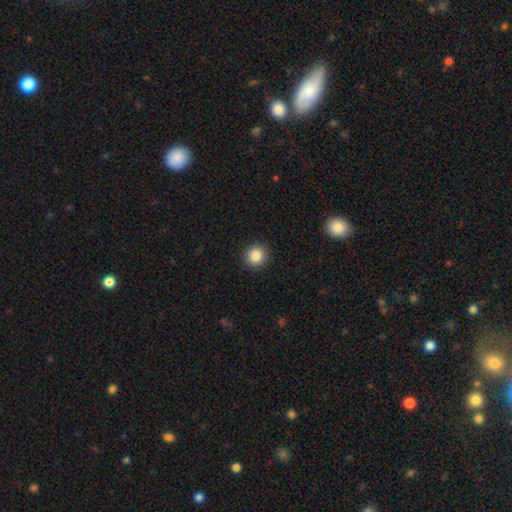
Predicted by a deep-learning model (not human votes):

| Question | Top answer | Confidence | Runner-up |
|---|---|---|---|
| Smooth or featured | smooth | 87% | star or artifact (9%) |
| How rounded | round | 90% | in between (9%) |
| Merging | none | 92% | minor disturbance (5%) |